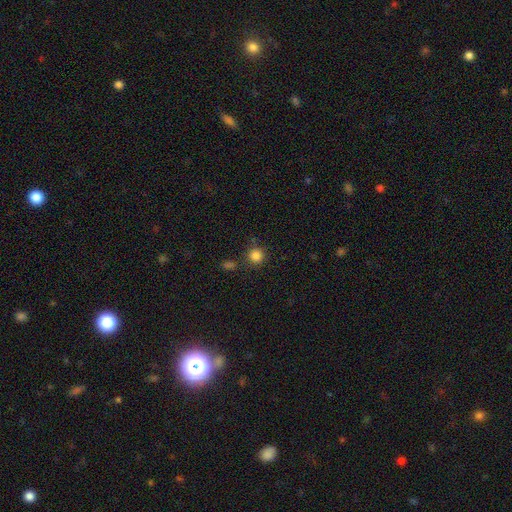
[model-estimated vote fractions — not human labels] smooth 84%, star or artifact 12%, featured or disk 4%. Down the decision tree: how rounded — round (93%); merging — none (82%).